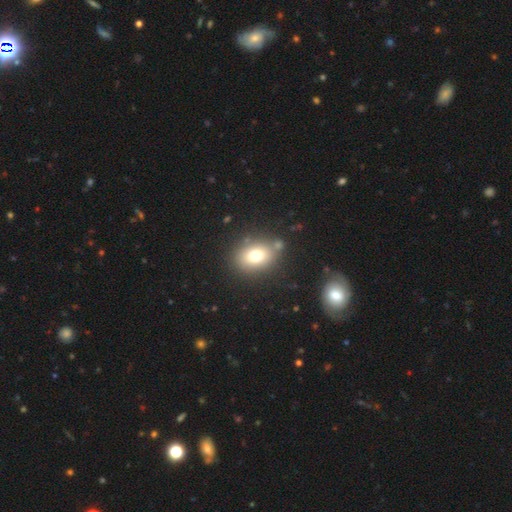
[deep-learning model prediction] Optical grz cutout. It shows a smooth galaxy with no disk features (74%) that is in between round and cigar-shaped (58%). Merging: none (76%).